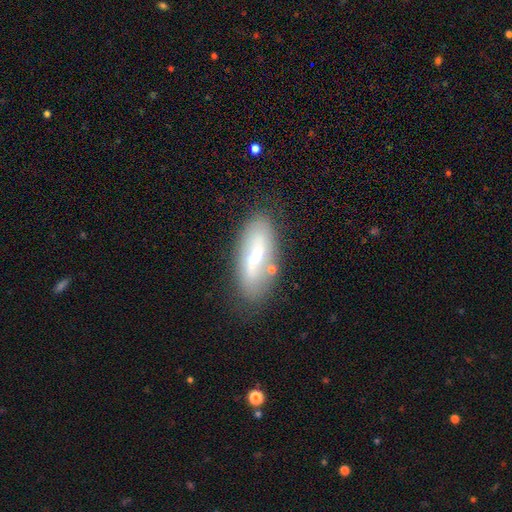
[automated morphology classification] smooth_or_featured: featured or disk (p=0.55) [alt: smooth p=0.38]
disk_edge_on: no (p=0.80) [alt: yes p=0.20]
merging: none (p=0.77) [alt: minor disturbance p=0.14]